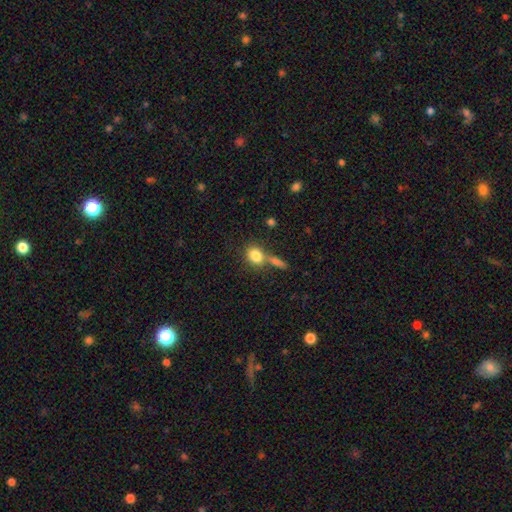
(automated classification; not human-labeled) Smooth or featured?
  - smooth: 82% *
  - star or artifact: 9%
  - featured or disk: 9%
How rounded?
  - round: 51% *
  - in between: 47%
  - cigar-shaped: 3%
Merging?
  - none: 52% *
  - merger: 31%
  - minor disturbance: 12%
  - major disturbance: 5%